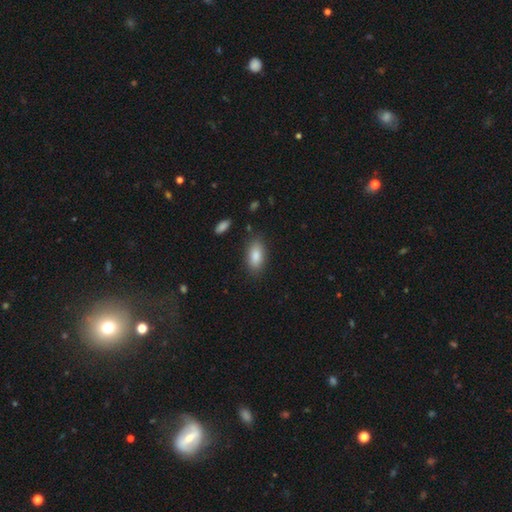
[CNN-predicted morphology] Smooth or featured: smooth — 85% (featured or disk — 8%)
How rounded: in between — 88% (cigar-shaped — 8%)
Merging: none — 83% (minor disturbance — 12%)